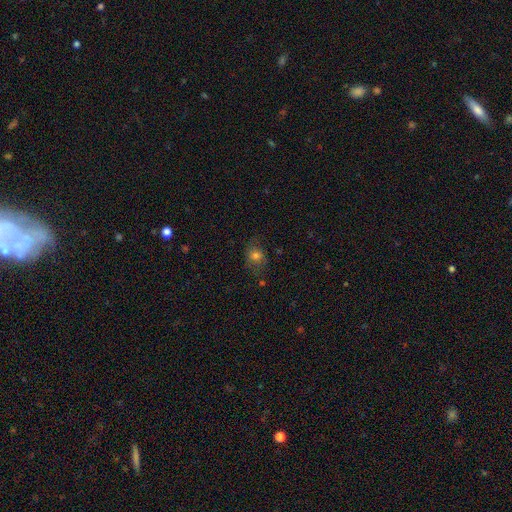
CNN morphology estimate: Smooth or featured?
  - smooth: 72% *
  - star or artifact: 14%
  - featured or disk: 14%
How rounded?
  - round: 61% *
  - in between: 38%
  - cigar-shaped: 1%
Merging?
  - none: 66% *
  - minor disturbance: 22%
  - major disturbance: 10%
  - merger: 2%